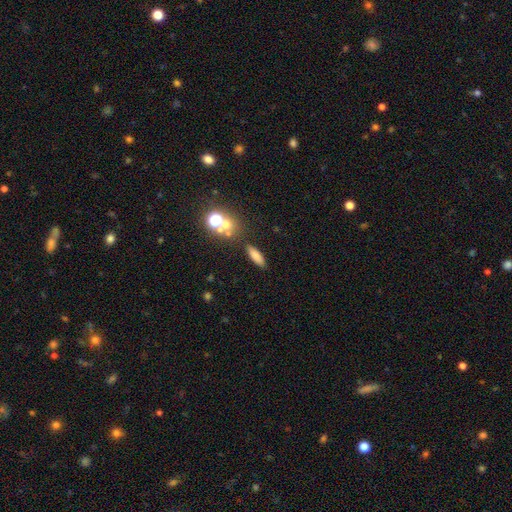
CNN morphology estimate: Smooth or featured?
  - smooth: 75% *
  - star or artifact: 12%
  - featured or disk: 12%
How rounded?
  - in between: 48% * (tied)
  - cigar-shaped: 48% * (tied)
  - round: 5%
Merging?
  - none: 82% *
  - minor disturbance: 9%
  - merger: 5%
  - major disturbance: 3%